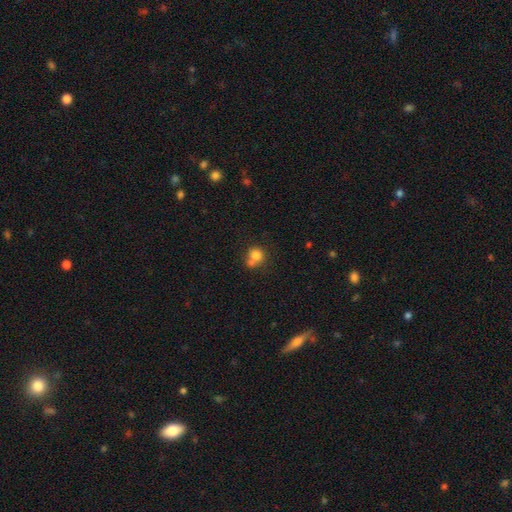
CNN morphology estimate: smooth_or_featured: smooth (p=0.78) [alt: star or artifact p=0.11]
how_rounded: round (p=0.84) [alt: in between p=0.16]
merging: none (p=0.47) [alt: merger p=0.38]